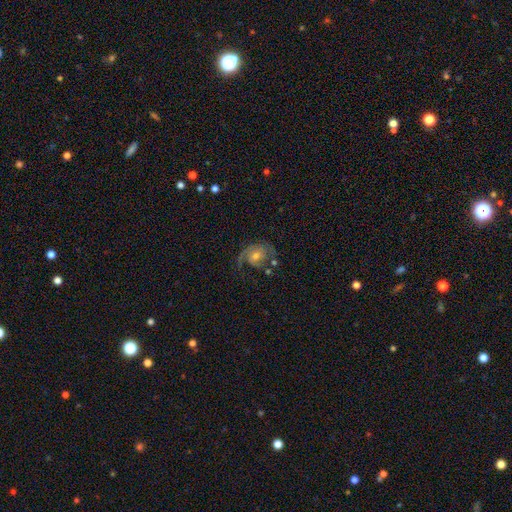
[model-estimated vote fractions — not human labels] This is clearly a featured or disk galaxy (81%). It is clearly not viewed edge-on (97%). Bar: likely no (67%). Spiral arm pattern: clearly yes (94%). Spiral arm count: possibly 2 (56%). Spiral winding: marginally medium (44%). Central bulge: possibly moderate (55%). Merging: possibly none (57%).